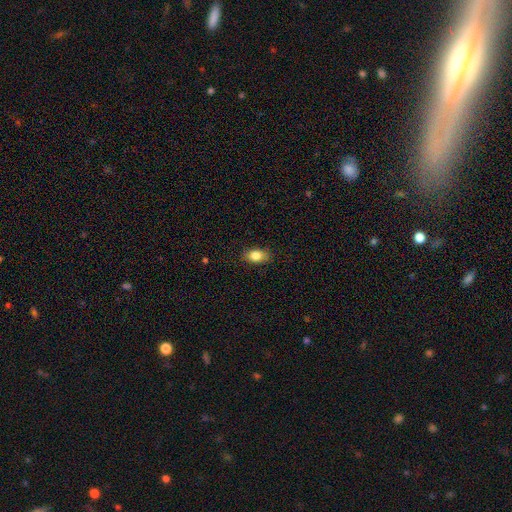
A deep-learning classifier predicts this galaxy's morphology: type=smooth (84%); roundness=in between (85%); merging=none (85%).